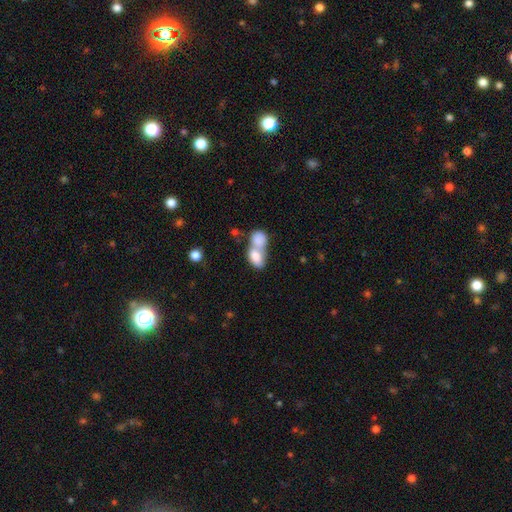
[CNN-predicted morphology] Q: Smooth or featured?
A: smooth (80%); runner-up: featured or disk (13%)
Q: How rounded?
A: in between (85%); runner-up: round (12%)
Q: Merging?
A: merger (76%); runner-up: none (15%)